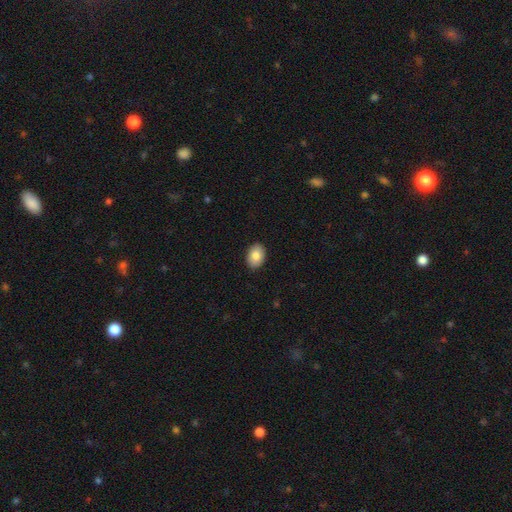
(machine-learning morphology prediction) Smooth or featured? smooth (85%)
How rounded? in between (79%)
Merging? none (90%)